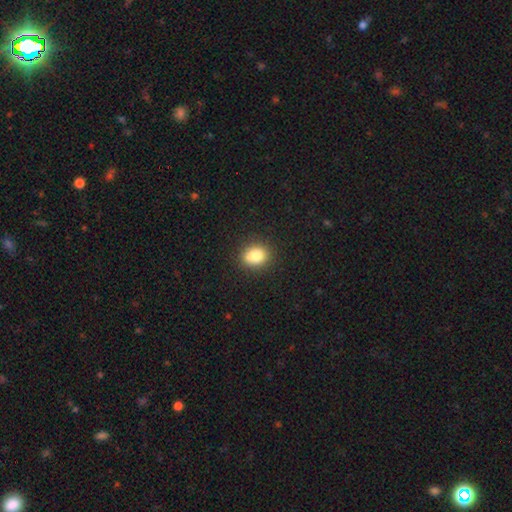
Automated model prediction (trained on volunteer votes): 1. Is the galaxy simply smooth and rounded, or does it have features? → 81% smooth, 11% star or artifact, 8% featured or disk.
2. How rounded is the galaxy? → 54% round, 45% in between, 1% cigar-shaped.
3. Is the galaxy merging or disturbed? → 77% none, 15% minor disturbance, 5% merger, 3% major disturbance.